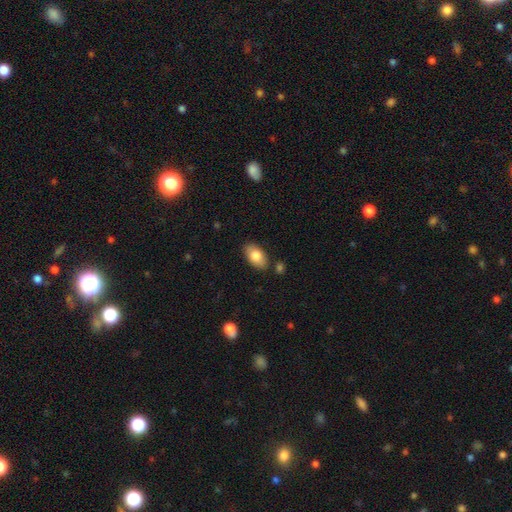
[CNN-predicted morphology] type=smooth (81%); roundness=in between (93%); merging=none (83%).